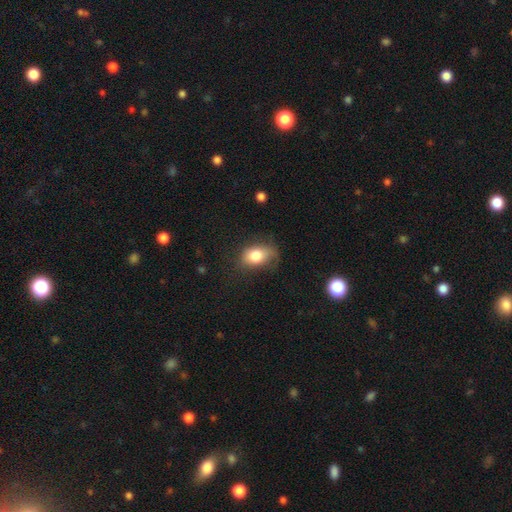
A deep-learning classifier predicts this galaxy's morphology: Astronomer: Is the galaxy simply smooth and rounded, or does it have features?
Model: smooth — 79%.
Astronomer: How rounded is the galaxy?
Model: in between — 76%.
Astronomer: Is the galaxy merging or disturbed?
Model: none — 55%.